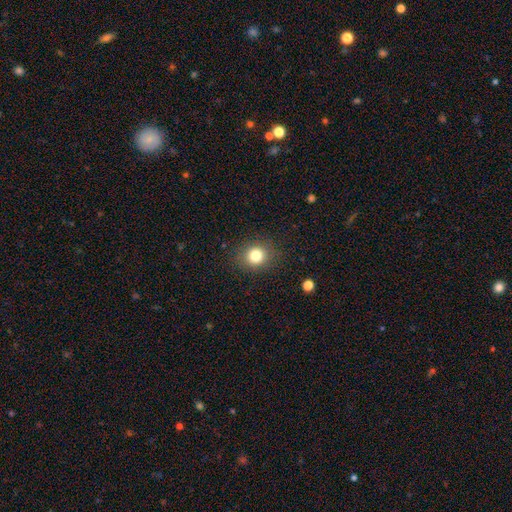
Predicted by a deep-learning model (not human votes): This is clearly a smooth galaxy (81%). How rounded: likely round (79%). Merging: clearly none (87%).